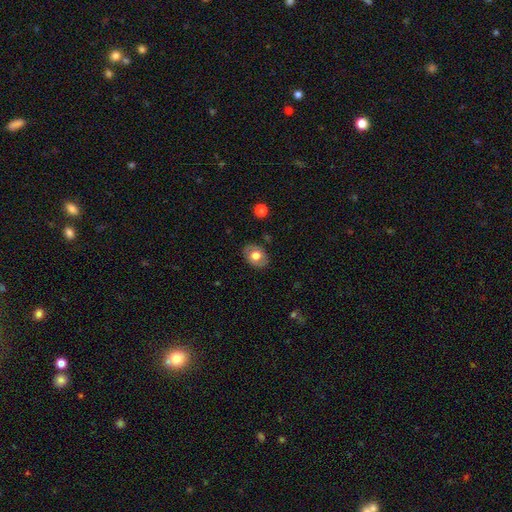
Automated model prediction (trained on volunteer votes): Smooth or featured: smooth — 66% (featured or disk — 26%)
How rounded: in between — 62% (round — 37%)
Merging: none — 84% (minor disturbance — 12%)